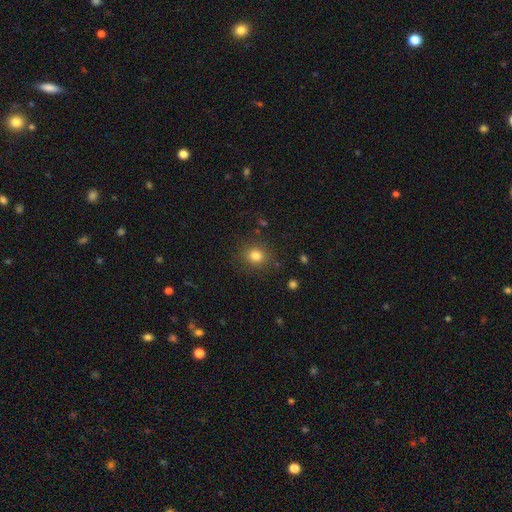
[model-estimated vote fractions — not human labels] Overall: smooth (81%). How rounded: round (79%). Merging: none (86%).